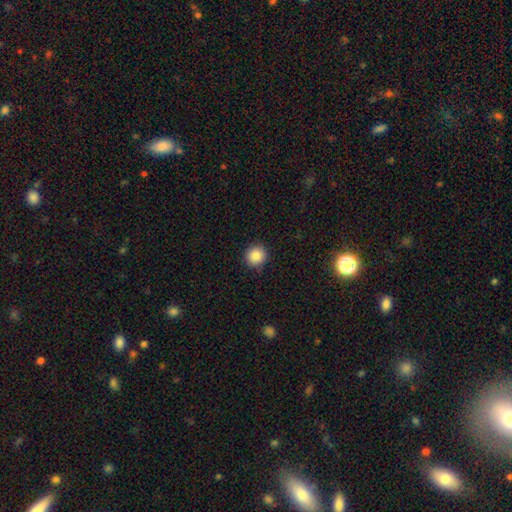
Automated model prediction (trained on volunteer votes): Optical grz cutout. It shows a smooth galaxy with no disk features (87%) that is round (93%). Merging: none (90%).